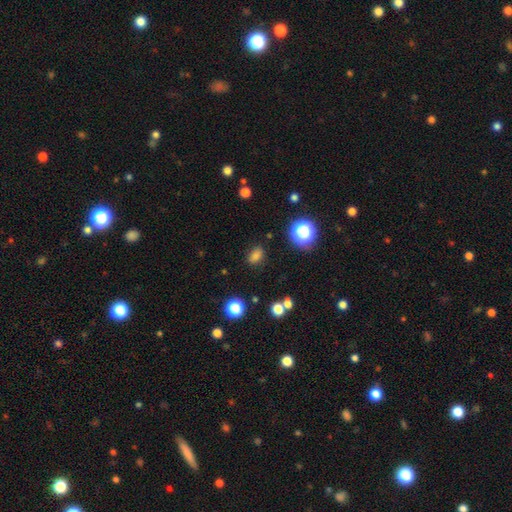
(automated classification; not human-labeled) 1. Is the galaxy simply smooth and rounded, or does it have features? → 78% smooth, 16% star or artifact, 6% featured or disk.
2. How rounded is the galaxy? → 78% in between, 20% round, 2% cigar-shaped.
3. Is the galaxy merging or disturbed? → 82% none, 12% minor disturbance, 3% major disturbance, 3% merger.